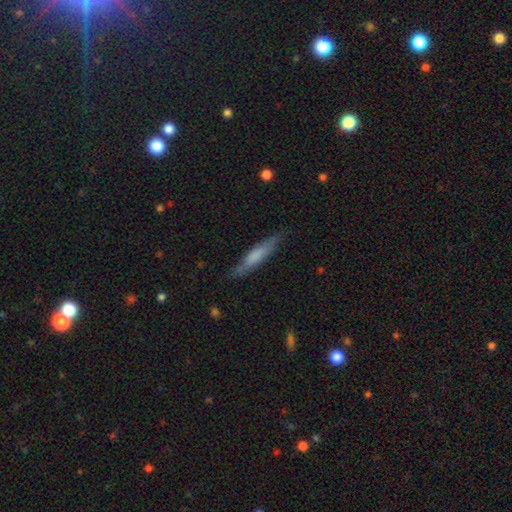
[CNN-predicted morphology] Overall: smooth (60%; featured or disk 35%). How rounded: cigar-shaped (88%). Merging: none (82%).